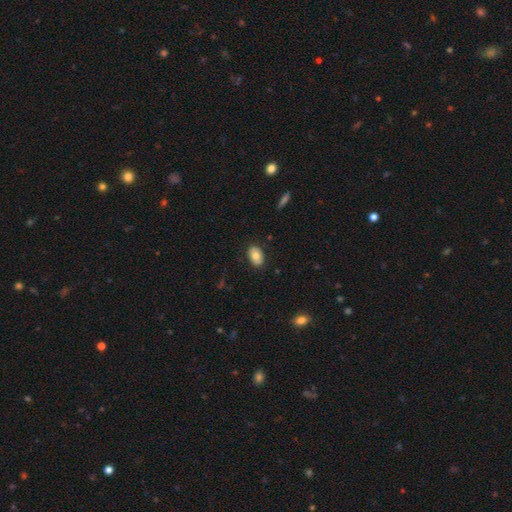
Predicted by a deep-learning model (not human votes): The model was most divided on "smooth or featured": smooth: 77%, featured or disk: 16%, star or artifact: 7%. More confident: how rounded — in between (88%); merging — none (86%).